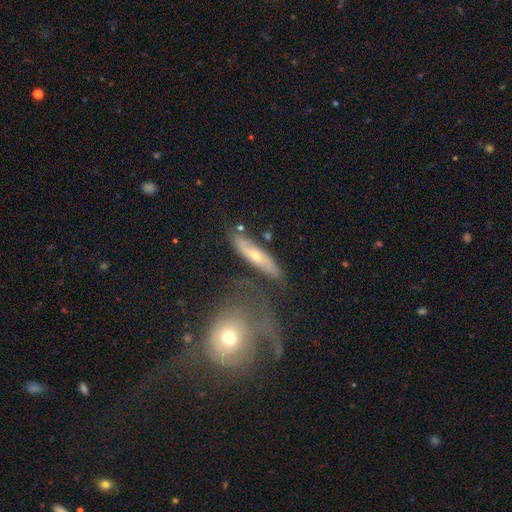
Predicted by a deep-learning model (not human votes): Smooth or featured: featured or disk — 55% (smooth — 38%)
Edge-on disk: no — 52% (yes — 48%)
Merging: none — 65% (minor disturbance — 16%)